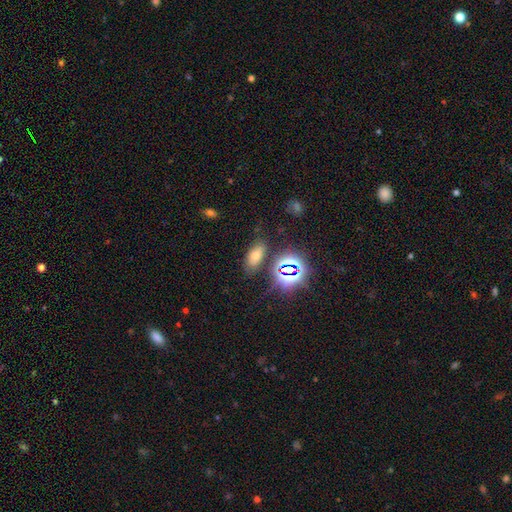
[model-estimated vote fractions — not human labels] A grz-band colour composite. It shows a smooth galaxy with no disk features (58%) that is in between round and cigar-shaped (86%). Merging: none (77%).